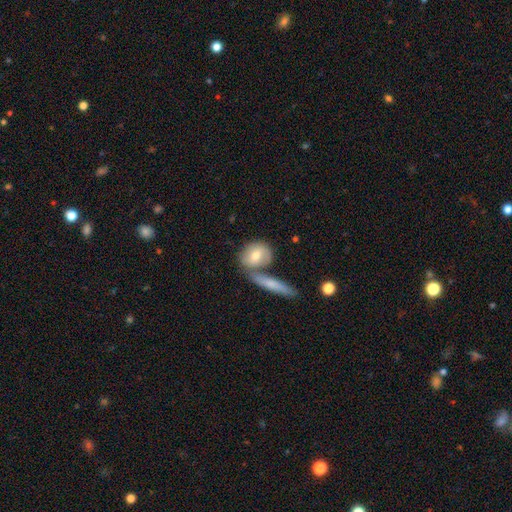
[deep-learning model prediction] Smooth or featured? Predicted: smooth (p=0.67). How rounded? Predicted: round (p=0.52). Merging? Predicted: none (p=0.51).